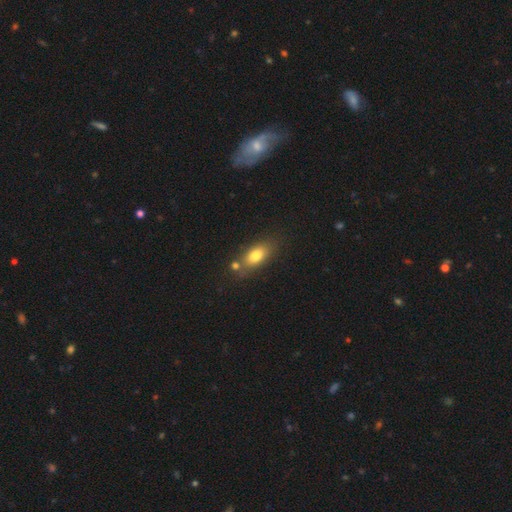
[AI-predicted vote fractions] A smooth galaxy with no disk features (76%) that is in between round and cigar-shaped (82%).

Vote fractions:
- Smooth or featured? smooth: 76% / featured or disk: 15% / star or artifact: 9%
- How rounded? in between: 82% / cigar-shaped: 10% / round: 7%
- Merging? none: 63% / merger: 17% / minor disturbance: 15% / major disturbance: 5%